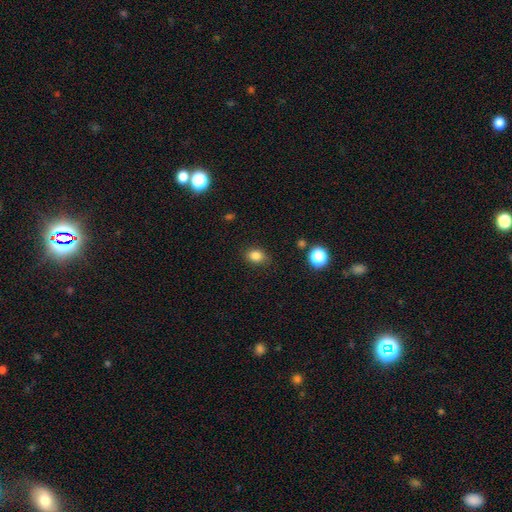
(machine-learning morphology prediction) A smooth galaxy with no disk features (83%) that is in between round and cigar-shaped (63%).

Vote fractions:
- Smooth or featured? smooth: 83% / star or artifact: 12% / featured or disk: 5%
- How rounded? in between: 63% / round: 36% / cigar-shaped: 1%
- Merging? none: 82% / minor disturbance: 13% / major disturbance: 3% / merger: 1%